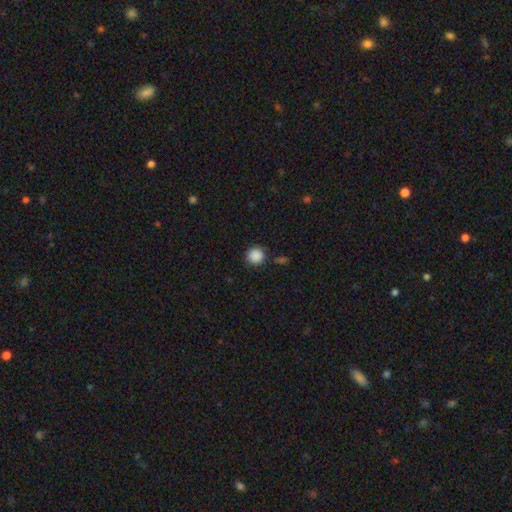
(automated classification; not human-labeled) A smooth galaxy with no disk features (88%) that is round (94%).

Vote fractions:
- Smooth or featured? smooth: 88% / star or artifact: 10% / featured or disk: 3%
- How rounded? round: 94% / in between: 5% / cigar-shaped: 1%
- Merging? none: 85% / minor disturbance: 9% / merger: 3% / major disturbance: 3%